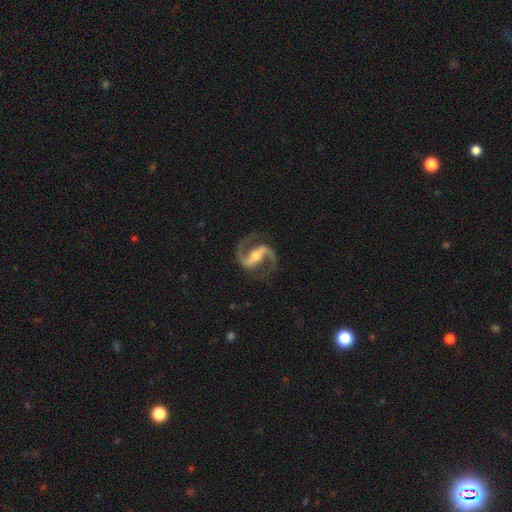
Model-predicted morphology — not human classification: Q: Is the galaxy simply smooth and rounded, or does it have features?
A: featured or disk — 93%.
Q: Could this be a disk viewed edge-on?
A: no — 97%.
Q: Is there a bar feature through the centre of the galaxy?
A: strong — 58%.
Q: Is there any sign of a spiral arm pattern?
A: yes — 98%.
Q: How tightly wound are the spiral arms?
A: medium — 61%.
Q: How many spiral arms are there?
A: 2 — 94%.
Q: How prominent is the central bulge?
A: moderate — 53%.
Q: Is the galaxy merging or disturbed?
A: none — 83%.